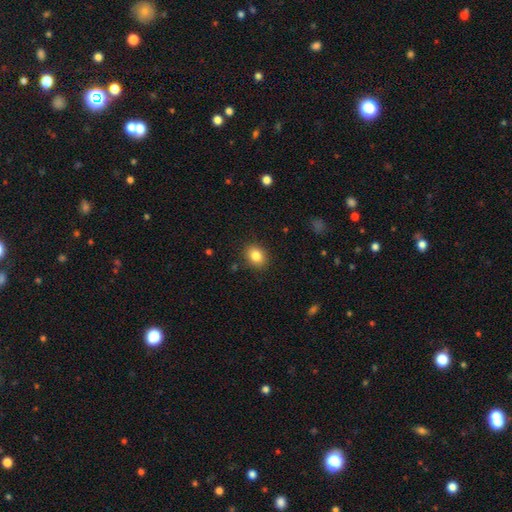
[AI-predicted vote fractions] smooth-or-featured: smooth: 84% | star or artifact: 10% | featured or disk: 6%
  how-rounded: in between: 52% | round: 47% | cigar-shaped: 1%
  merging: none: 88% | minor disturbance: 8% | major disturbance: 2% | merger: 1%